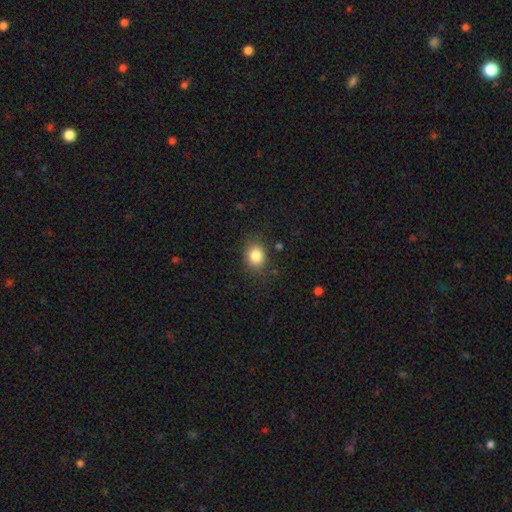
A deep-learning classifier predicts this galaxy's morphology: smooth-or-featured: smooth: 84% | star or artifact: 10% | featured or disk: 6%
  how-rounded: round: 51% | in between: 48% | cigar-shaped: 1%
  merging: none: 83% | minor disturbance: 12% | major disturbance: 4% | merger: 2%